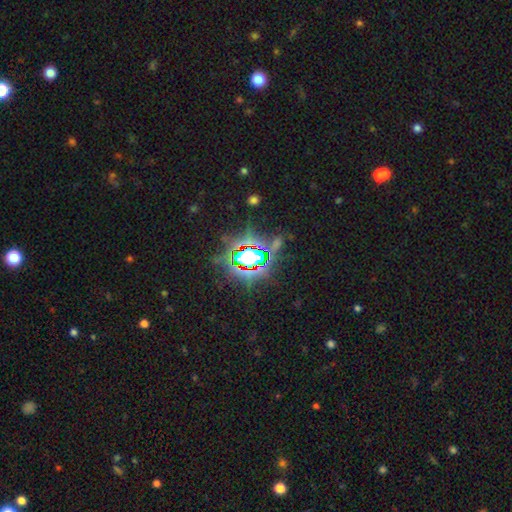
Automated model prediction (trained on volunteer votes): The model was most divided on "smooth or featured": star or artifact: 78%, smooth: 12%, featured or disk: 10%.